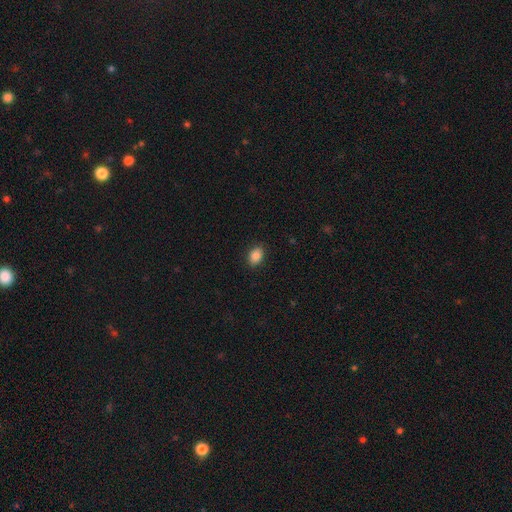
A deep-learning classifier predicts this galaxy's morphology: A smooth galaxy with no disk features (86%) that is in between round and cigar-shaped (77%). Merging: none (88%).